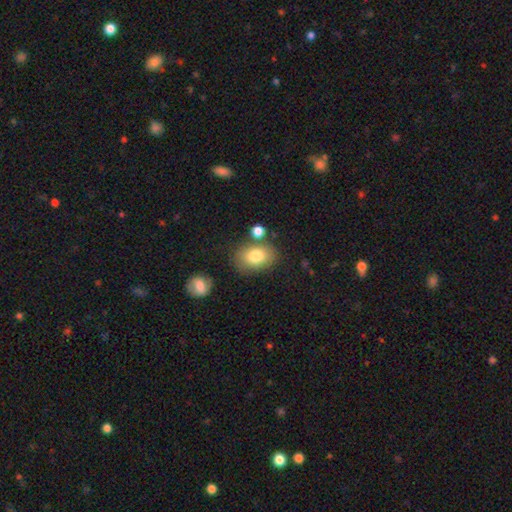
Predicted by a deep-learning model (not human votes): The model was most divided on "merging": none: 71%, minor disturbance: 15%, merger: 10%, major disturbance: 4%. More confident: smooth or featured — smooth (80%); how rounded — in between (80%).